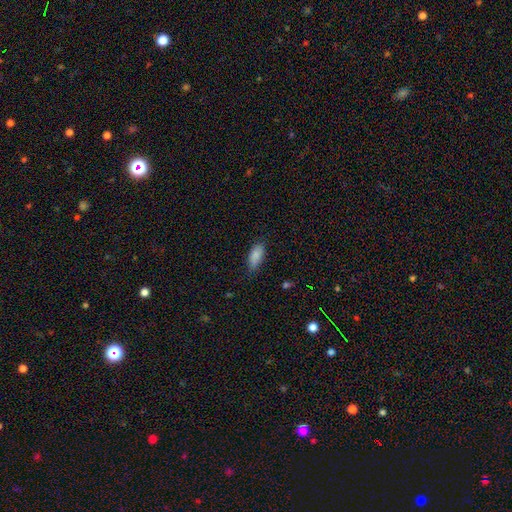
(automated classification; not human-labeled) Morphology: type=smooth (87%); roundness=in between (85%); merging=none (72%).